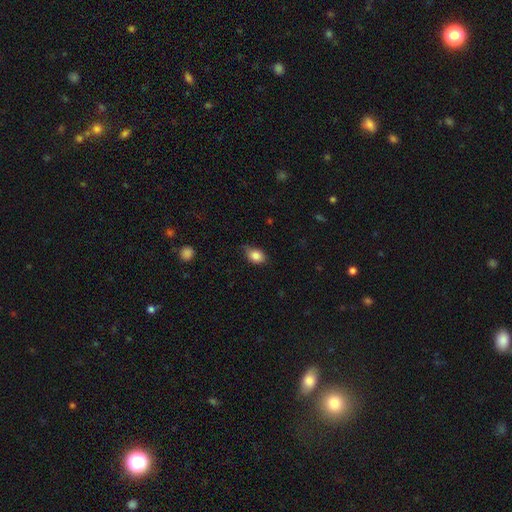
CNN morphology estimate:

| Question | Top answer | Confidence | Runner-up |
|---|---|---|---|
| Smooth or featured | smooth | 84% | star or artifact (9%) |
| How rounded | in between | 69% | round (29%) |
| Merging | none | 65% | minor disturbance (29%) |